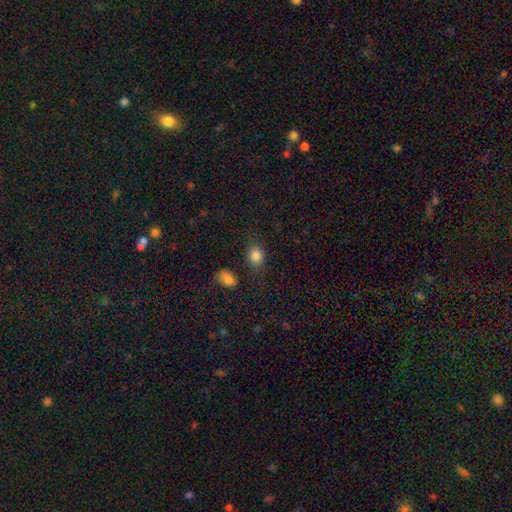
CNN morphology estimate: smooth-or-featured: smooth: 85% | star or artifact: 10% | featured or disk: 5%
  how-rounded: in between: 51% | round: 47% | cigar-shaped: 1%
  merging: none: 77% | minor disturbance: 13% | merger: 5% | major disturbance: 5%